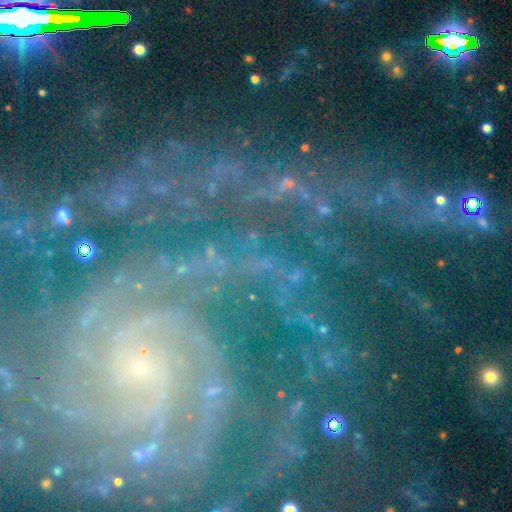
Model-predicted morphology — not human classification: This appears to be a featured or disk galaxy (84%) with no bar (60%), 2 (20%) tight (67%) spiral arms (98%) and a small central bulge (79%). Merging: none (70%).